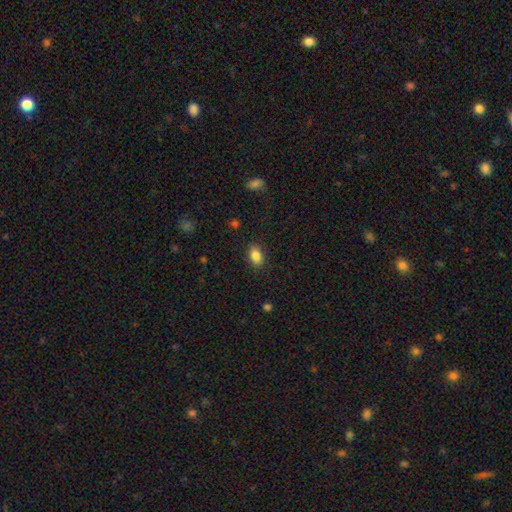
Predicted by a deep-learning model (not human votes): Smooth or featured: smooth — 86% (star or artifact — 9%)
How rounded: in between — 88% (round — 10%)
Merging: none — 86% (minor disturbance — 10%)